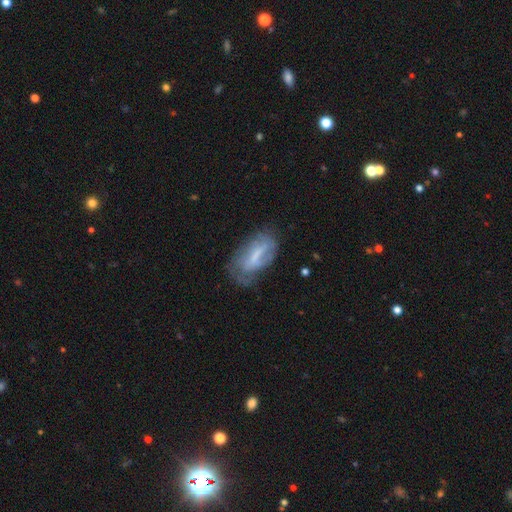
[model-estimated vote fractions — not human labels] smooth_or_featured: featured or disk (p=0.52) [alt: smooth p=0.40]
disk_edge_on: no (p=0.89) [alt: yes p=0.11]
merging: none (p=0.49) [alt: minor disturbance p=0.30]